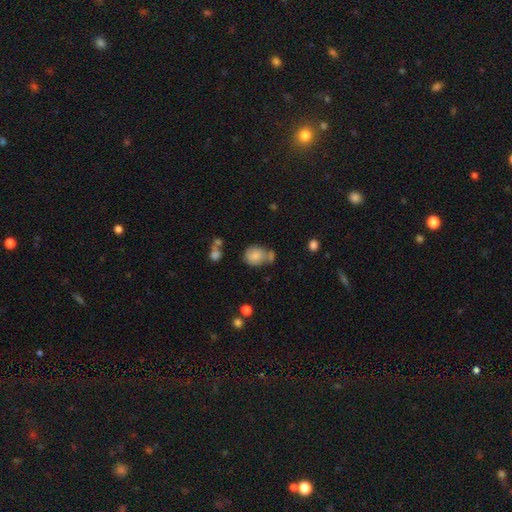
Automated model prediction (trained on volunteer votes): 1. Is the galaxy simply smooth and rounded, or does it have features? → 79% smooth, 12% featured or disk, 9% star or artifact.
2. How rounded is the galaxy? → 65% round, 34% in between, 1% cigar-shaped.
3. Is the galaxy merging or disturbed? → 49% none, 25% merger, 19% minor disturbance, 7% major disturbance.